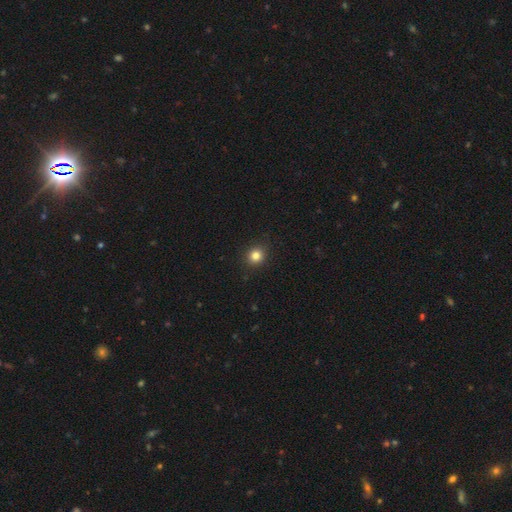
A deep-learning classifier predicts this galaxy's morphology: Smooth or featured: smooth — 83% (star or artifact — 12%)
How rounded: round — 89% (in between — 10%)
Merging: none — 91% (minor disturbance — 6%)